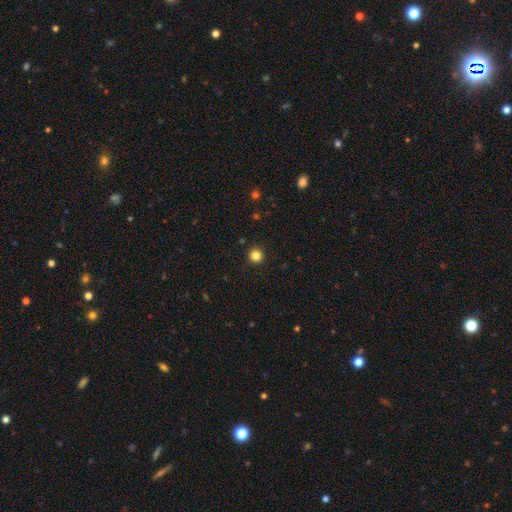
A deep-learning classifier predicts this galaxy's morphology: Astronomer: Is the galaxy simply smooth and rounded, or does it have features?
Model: smooth — 83%.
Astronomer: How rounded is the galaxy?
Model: round — 95%.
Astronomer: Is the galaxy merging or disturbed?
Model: none — 93%.